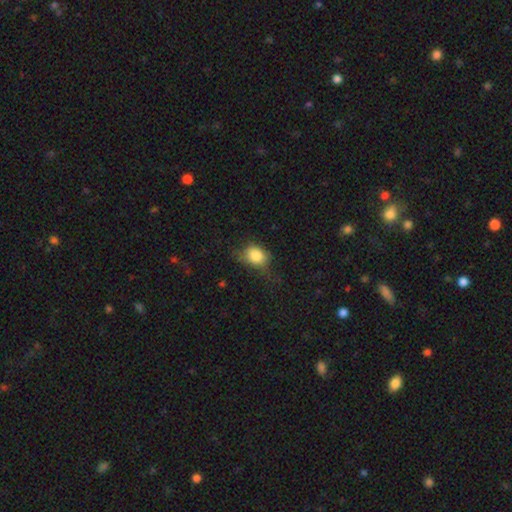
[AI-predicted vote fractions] smooth-or-featured: smooth: 81% | featured or disk: 9% | star or artifact: 9%
  how-rounded: in between: 56% | round: 43% | cigar-shaped: 1%
  merging: none: 47% | minor disturbance: 34% | major disturbance: 17% | merger: 2%